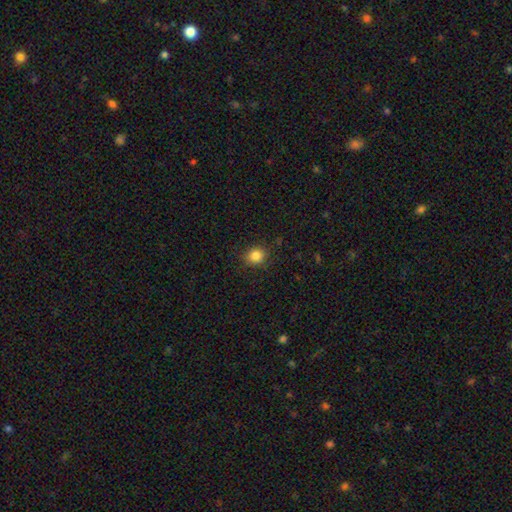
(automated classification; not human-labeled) smooth 84%, star or artifact 11%, featured or disk 4%. Down the decision tree: how rounded — round (80%); merging — none (87%).